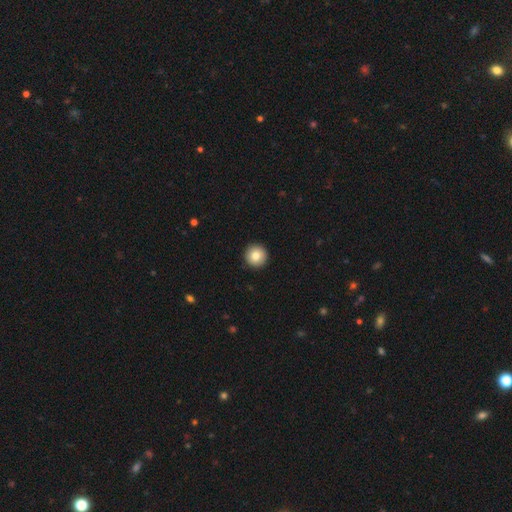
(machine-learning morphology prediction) smooth 84%, star or artifact 8%, featured or disk 8%. Down the decision tree: how rounded — round (96%); merging — none (93%).